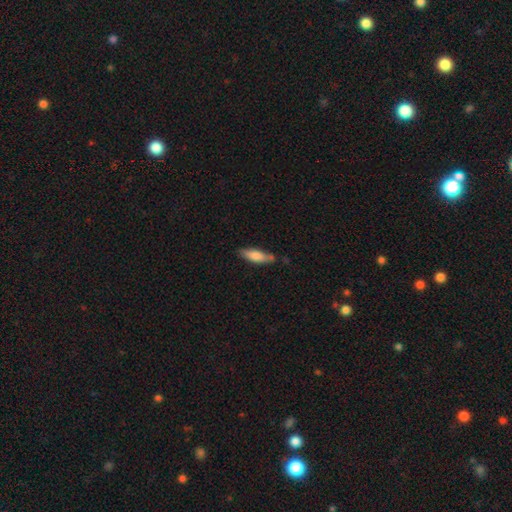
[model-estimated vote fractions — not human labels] Smooth or featured? smooth (74%)
How rounded? cigar-shaped (55%)
Merging? none (69%)